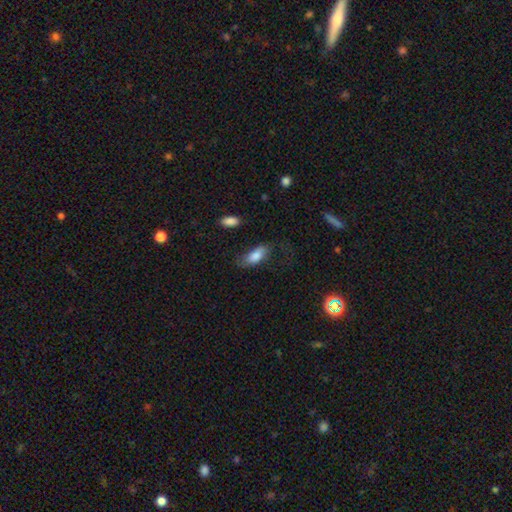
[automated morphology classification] type=smooth (80%); roundness=in between (86%); merging=none (50%).